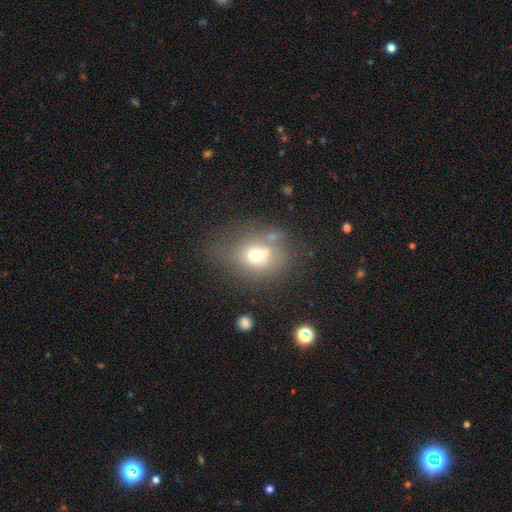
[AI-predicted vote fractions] Smooth or featured?
  - smooth: 64% *
  - featured or disk: 22%
  - star or artifact: 14%
How rounded?
  - in between: 51% *
  - round: 48%
  - cigar-shaped: 2%
Merging?
  - none: 48% *
  - minor disturbance: 23%
  - major disturbance: 16%
  - merger: 14%